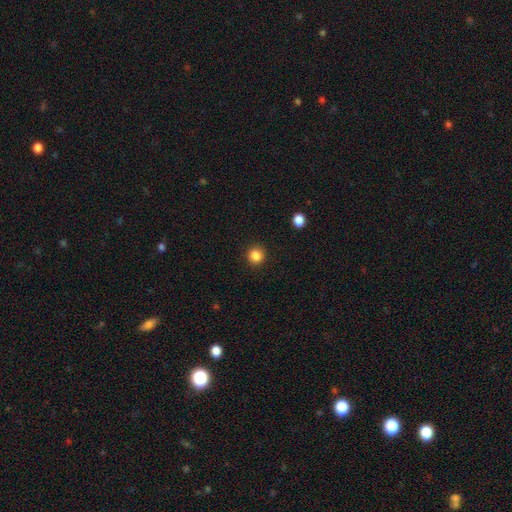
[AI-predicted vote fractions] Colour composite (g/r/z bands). It shows a smooth galaxy with no disk features (86%) that is round (89%). Merging: none (90%).